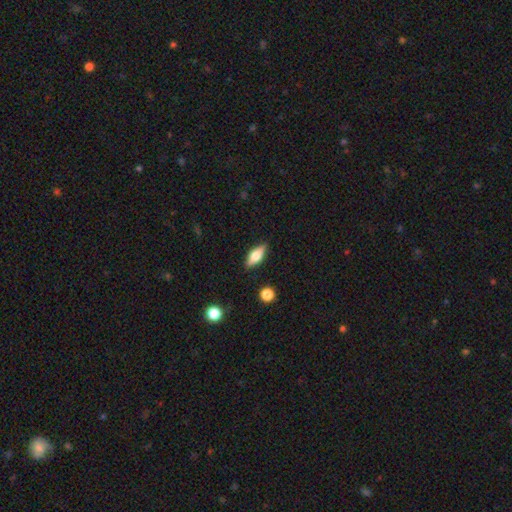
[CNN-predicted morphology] smooth 58%, featured or disk 34%, star or artifact 7%. Down the decision tree: how rounded — in between (72%); merging — none (85%).